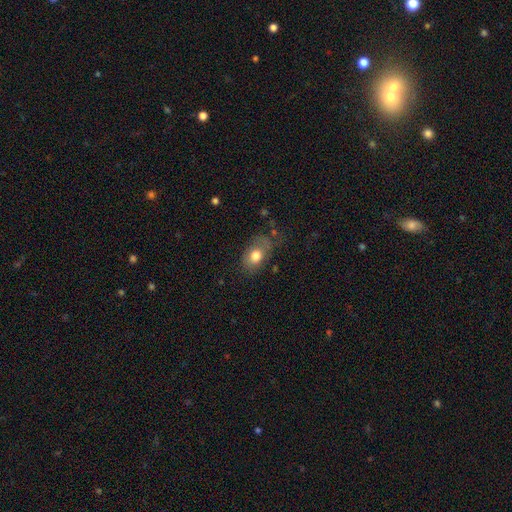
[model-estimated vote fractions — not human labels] Smooth or featured? smooth (75%)
How rounded? in between (79%)
Merging? none (56%)